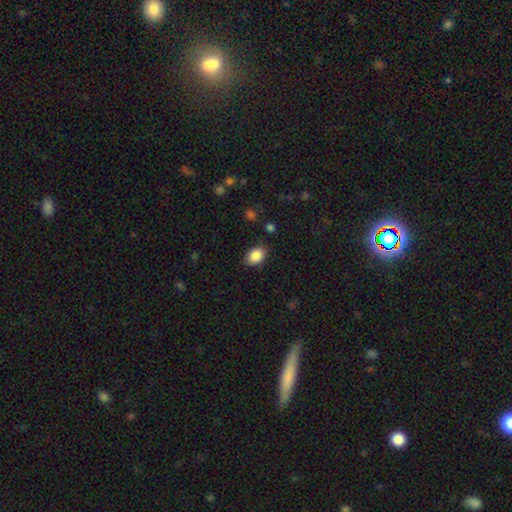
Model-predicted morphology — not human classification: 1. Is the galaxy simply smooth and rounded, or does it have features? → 88% smooth, 8% star or artifact, 5% featured or disk.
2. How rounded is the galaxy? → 76% in between, 23% round, 1% cigar-shaped.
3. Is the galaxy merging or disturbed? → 82% none, 13% minor disturbance, 3% major disturbance, 2% merger.